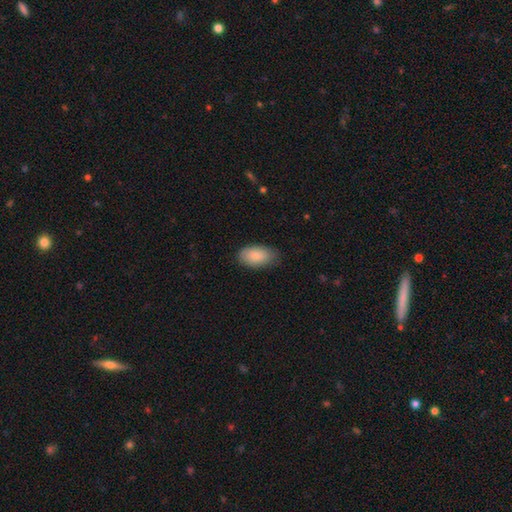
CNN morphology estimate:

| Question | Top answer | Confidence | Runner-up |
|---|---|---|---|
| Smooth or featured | smooth | 85% | featured or disk (9%) |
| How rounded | in between | 94% | round (4%) |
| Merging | none | 75% | minor disturbance (20%) |